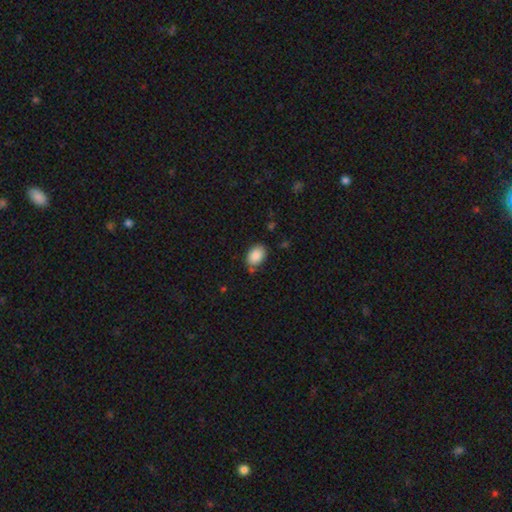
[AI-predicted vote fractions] smooth 88%, star or artifact 7%, featured or disk 4%. Down the decision tree: how rounded — in between (83%); merging — none (77%).